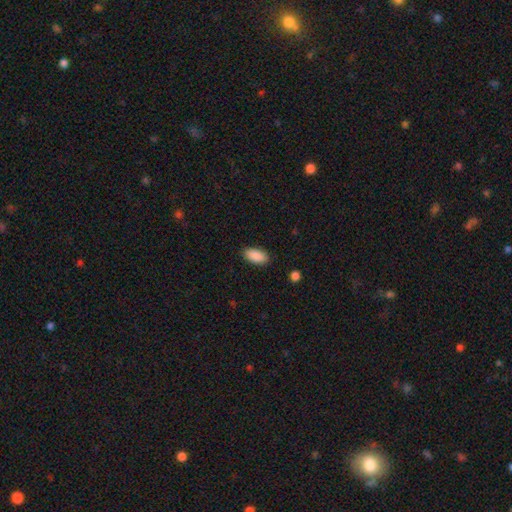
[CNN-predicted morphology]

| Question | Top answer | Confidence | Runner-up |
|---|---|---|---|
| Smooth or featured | smooth | 90% | star or artifact (6%) |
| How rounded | in between | 93% | cigar-shaped (5%) |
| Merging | none | 89% | minor disturbance (8%) |